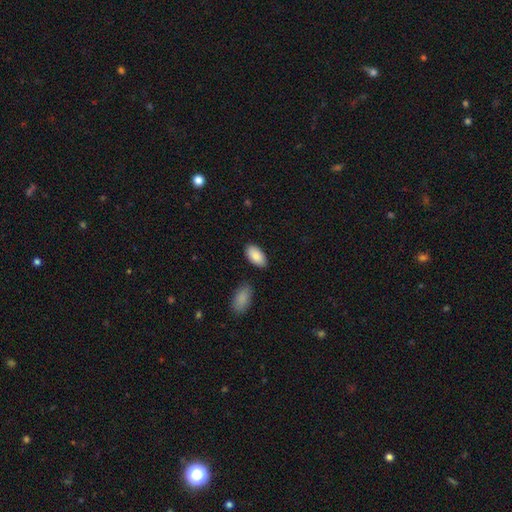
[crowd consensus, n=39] Q: Smooth or featured?
A: smooth (87%); runner-up: featured or disk (13%)
Q: How rounded?
A: in between (94%); runner-up: round (3%)
Q: Merging?
A: none (90%); runner-up: merger (8%)